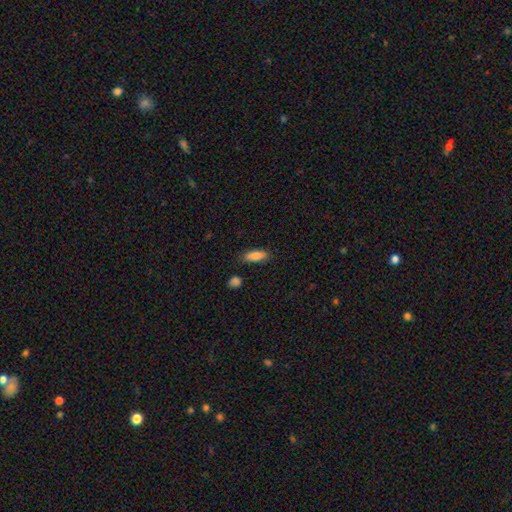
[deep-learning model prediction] Q: Smooth or featured?
A: smooth (84%); runner-up: featured or disk (9%)
Q: How rounded?
A: in between (69%); runner-up: cigar-shaped (29%)
Q: Merging?
A: none (82%); runner-up: minor disturbance (13%)